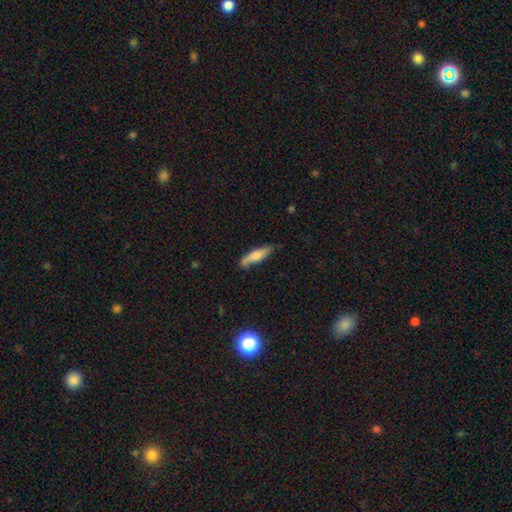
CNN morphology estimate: This is likely a smooth galaxy (72%). How rounded: likely cigar-shaped (71%). Merging: likely none (76%).